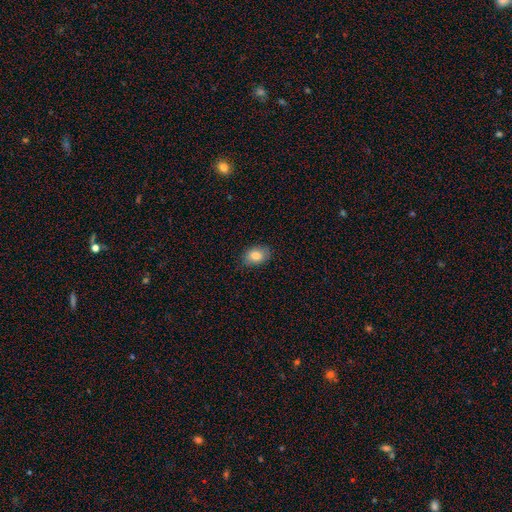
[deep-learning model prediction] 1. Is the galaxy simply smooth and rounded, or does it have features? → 82% smooth, 10% featured or disk, 8% star or artifact.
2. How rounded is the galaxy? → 78% in between, 21% round, 1% cigar-shaped.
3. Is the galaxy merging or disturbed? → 83% none, 13% minor disturbance, 2% major disturbance, 1% merger.